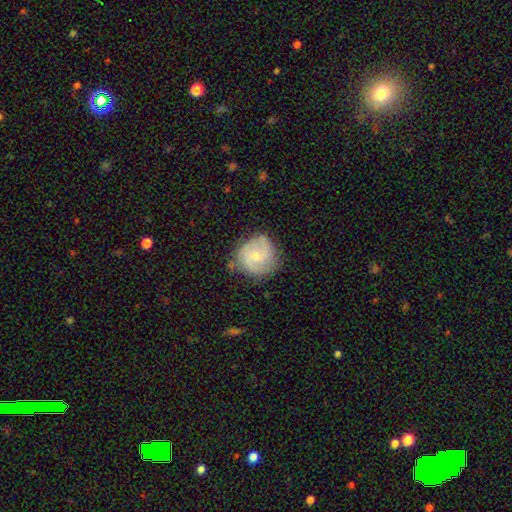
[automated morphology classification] featured or disk 58%, smooth 35%, star or artifact 7%. Down the decision tree: edge-on disk — no (98%); bar — no (60%); spiral arms — yes (86%); bulge size — small (54%); merging — none (72%).